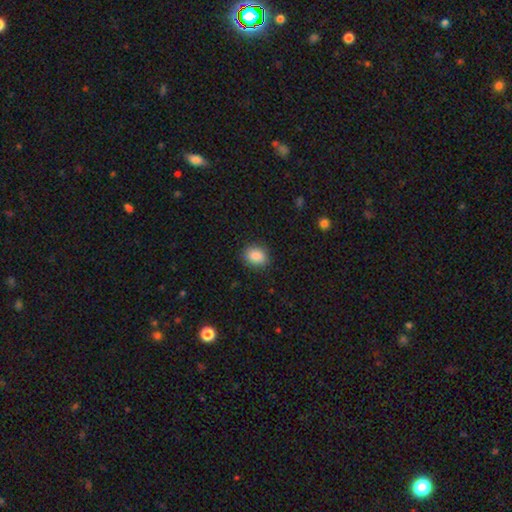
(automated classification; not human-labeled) The model was most divided on "how rounded": round: 53%, in between: 46%, cigar-shaped: 1%. More confident: smooth or featured — smooth (87%); merging — none (86%).